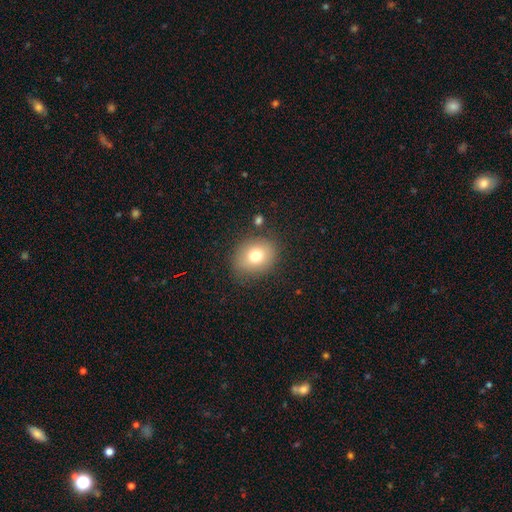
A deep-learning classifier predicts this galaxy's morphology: Q: Smooth or featured?
A: smooth (75%); runner-up: featured or disk (14%)
Q: How rounded?
A: round (55%); runner-up: in between (44%)
Q: Merging?
A: none (81%); runner-up: minor disturbance (12%)